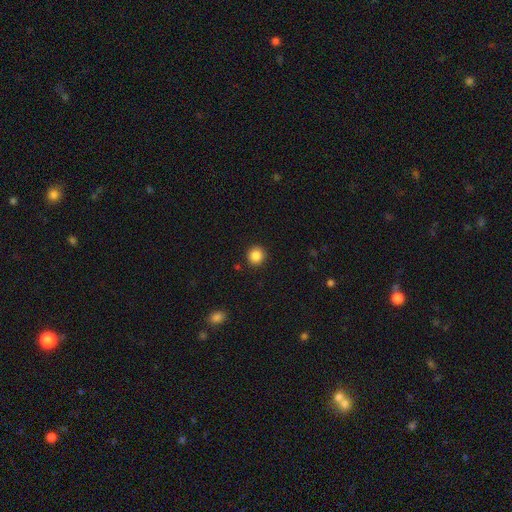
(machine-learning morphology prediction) smooth_or_featured: smooth (p=0.86) [alt: star or artifact p=0.10]
how_rounded: round (p=0.92) [alt: in between p=0.07]
merging: none (p=0.91) [alt: minor disturbance p=0.05]